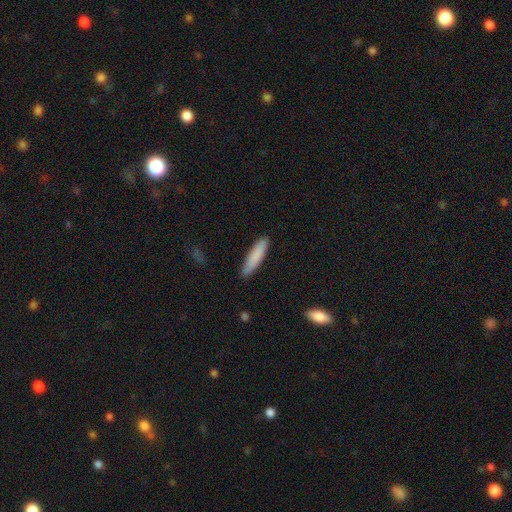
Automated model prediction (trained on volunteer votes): Smooth or featured: smooth — 85% (featured or disk — 10%)
How rounded: cigar-shaped — 83% (in between — 16%)
Merging: none — 87% (minor disturbance — 10%)